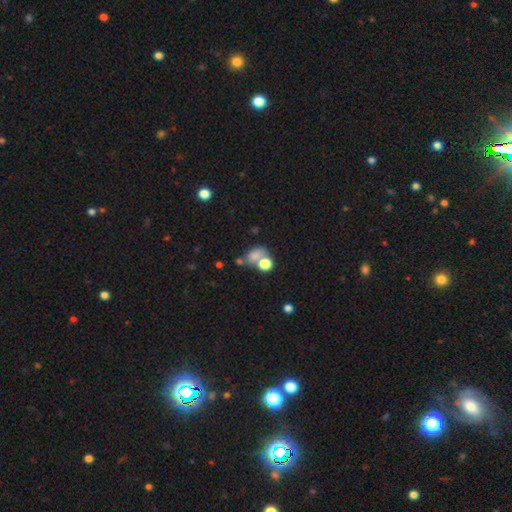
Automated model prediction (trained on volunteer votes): The model was most divided on "merging": merger: 41%, none: 33%, minor disturbance: 14%, major disturbance: 11%. More confident: smooth or featured — smooth (71%); how rounded — in between (60%).